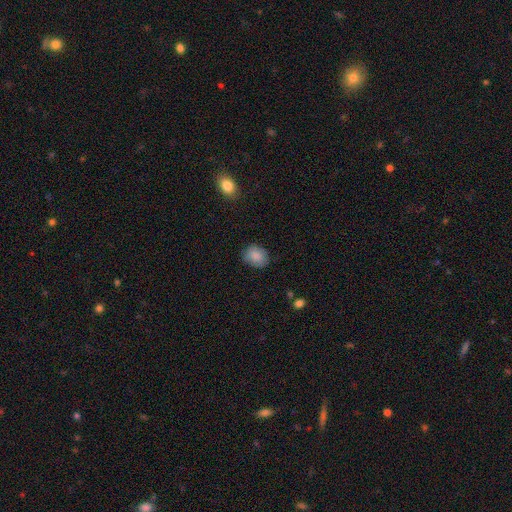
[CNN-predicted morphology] smooth_or_featured: smooth (p=0.86) [alt: star or artifact p=0.08]
how_rounded: round (p=0.54) [alt: in between p=0.45]
merging: none (p=0.80) [alt: minor disturbance p=0.15]